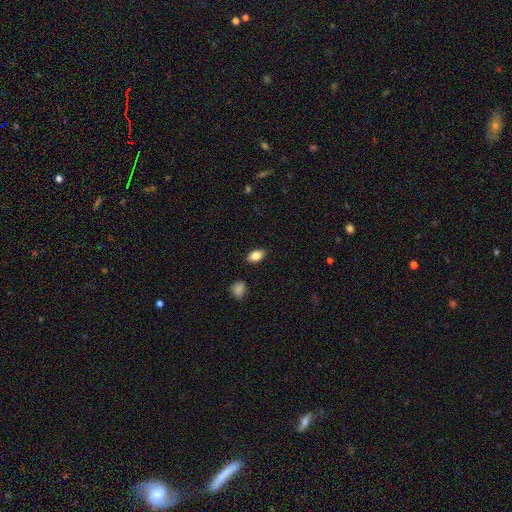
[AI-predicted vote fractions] Smooth or featured?
  - smooth: 84% *
  - featured or disk: 8%
  - star or artifact: 8%
How rounded?
  - in between: 89% *
  - round: 9%
  - cigar-shaped: 3%
Merging?
  - none: 87% *
  - minor disturbance: 9%
  - major disturbance: 2%
  - merger: 1%